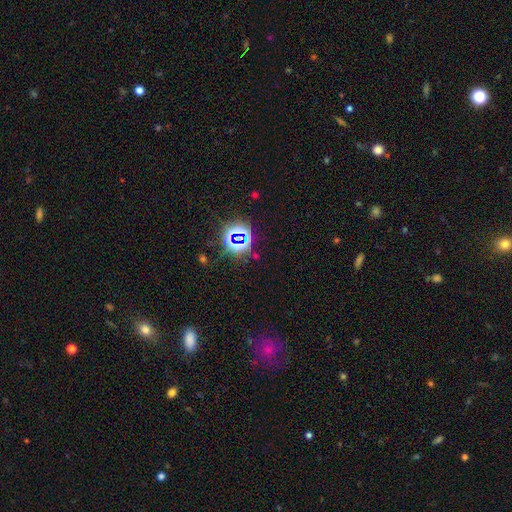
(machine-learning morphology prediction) The model was most divided on "smooth or featured": star or artifact: 74%, smooth: 18%, featured or disk: 8%.